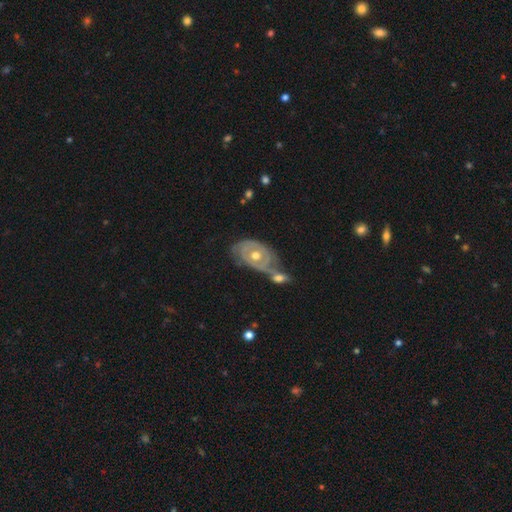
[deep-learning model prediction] The model was most divided on "spiral arm count" (2-way tie): 2: 40%, can't tell: 40%, 1: 9%, 3: 6%, 4: 3%, more than 4: 2%. Remaining: edge-on disk — no (95%); smooth or featured — featured or disk (79%); bar — no (78%); bulge size — moderate (76%); spiral arms — yes (75%); spiral winding — tight (71%); merging — merger (41%).